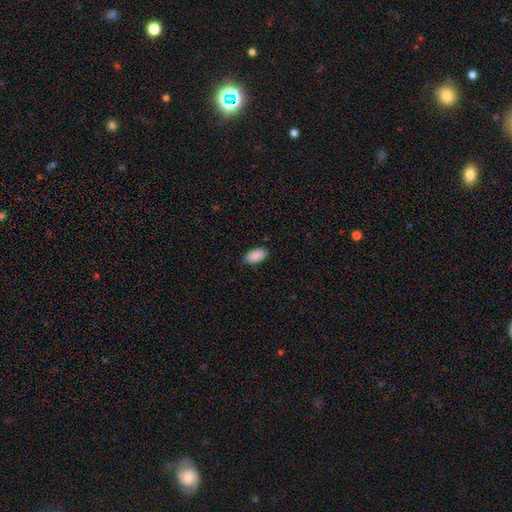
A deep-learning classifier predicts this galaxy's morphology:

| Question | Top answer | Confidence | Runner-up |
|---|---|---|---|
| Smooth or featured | smooth | 90% | star or artifact (6%) |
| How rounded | in between | 95% | cigar-shaped (3%) |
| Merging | none | 86% | minor disturbance (11%) |